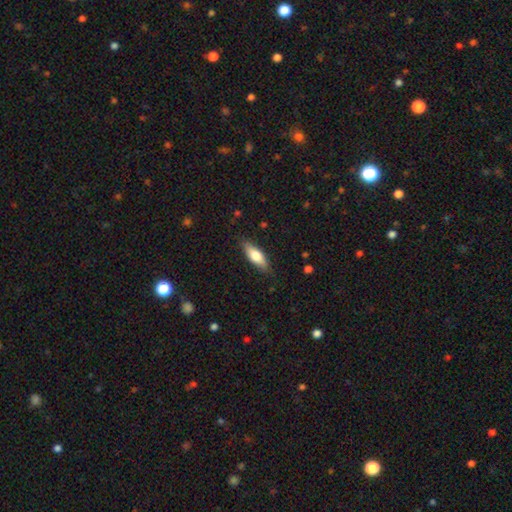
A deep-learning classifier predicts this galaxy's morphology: The model was most divided on "how rounded": in between: 63%, cigar-shaped: 34%, round: 2%. More confident: merging — none (84%); smooth or featured — smooth (69%).